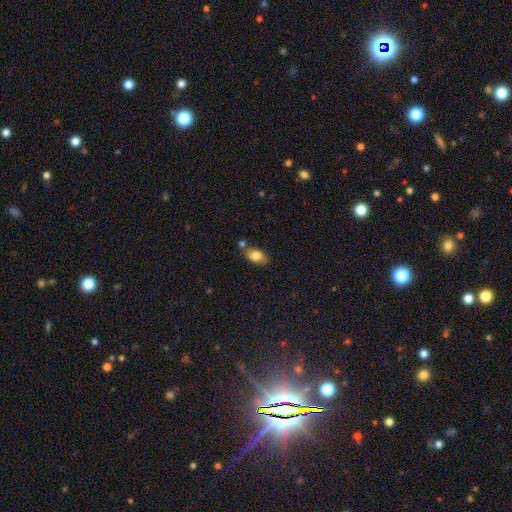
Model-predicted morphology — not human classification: Smooth or featured: smooth — 81% (featured or disk — 11%)
How rounded: in between — 86% (round — 11%)
Merging: none — 68% (minor disturbance — 15%)